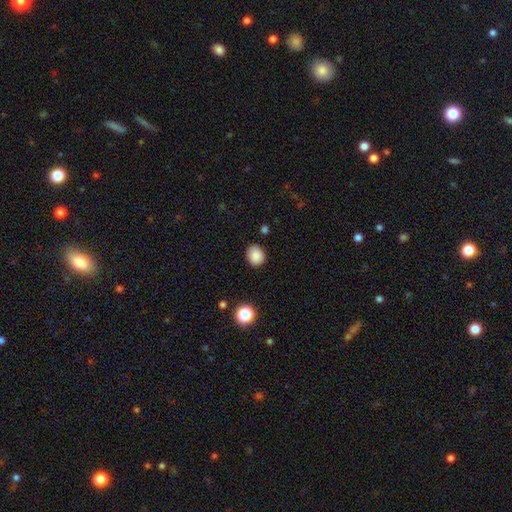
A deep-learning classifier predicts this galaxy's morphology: Smooth or featured? smooth (86%)
How rounded? round (63%)
Merging? none (85%)